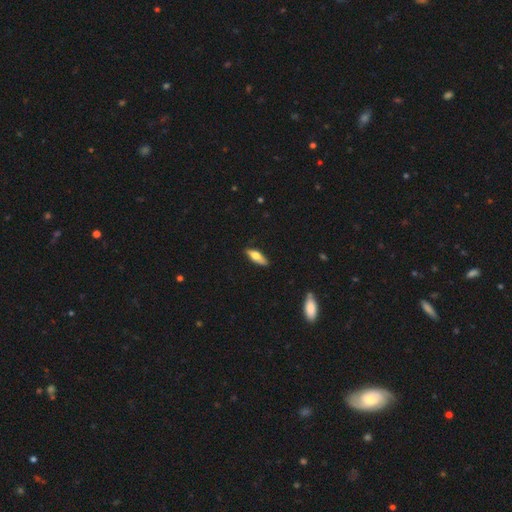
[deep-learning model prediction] The model was most divided on "how rounded": in between: 57%, cigar-shaped: 41%, round: 3%. More confident: merging — none (85%); smooth or featured — smooth (59%).